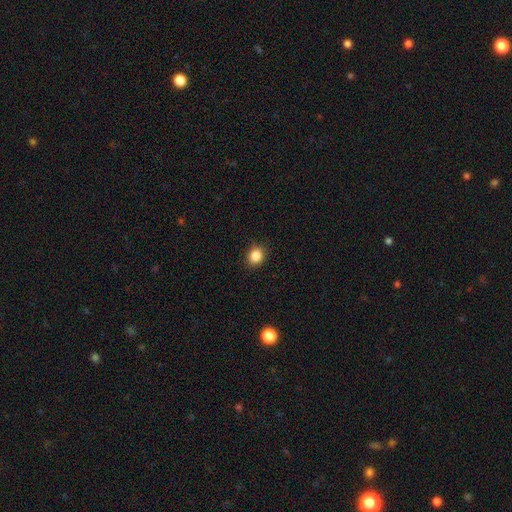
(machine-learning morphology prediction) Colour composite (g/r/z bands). It shows a smooth galaxy with no disk features (86%) that is round (68%). Merging: none (87%).